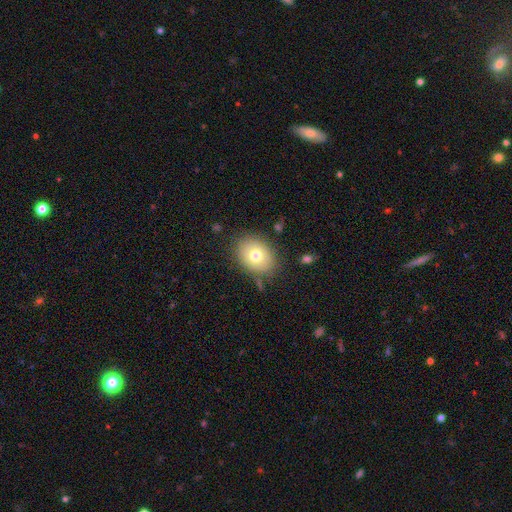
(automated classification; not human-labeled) Smooth or featured? smooth (74%)
How rounded? in between (58%)
Merging? none (84%)